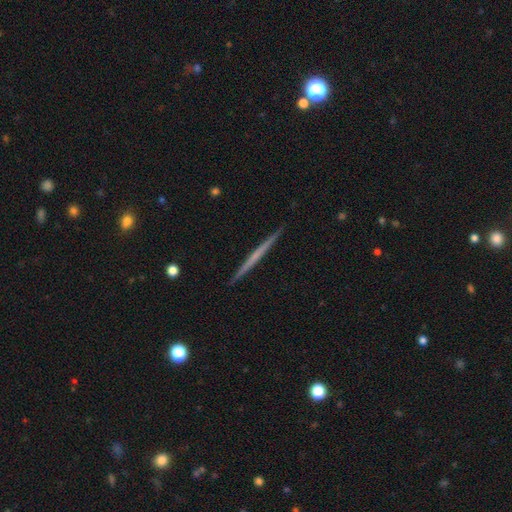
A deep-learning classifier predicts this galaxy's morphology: type=featured or disk (57%); edge-on=yes (98%); edge-on bulge=none (89%); merging=none (93%).